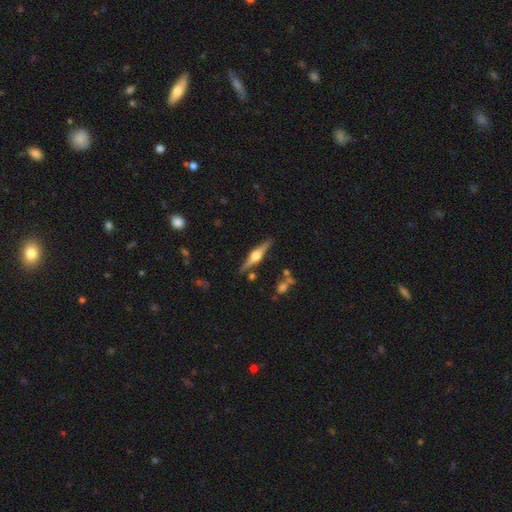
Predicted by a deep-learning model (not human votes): This is likely a featured or disk galaxy (80%). It is clearly viewed edge-on (98%). Edge-on bulge: clearly rounded (95%). Merging: clearly none (87%).